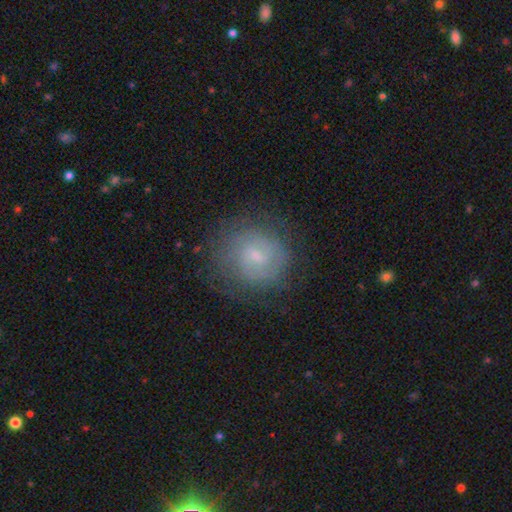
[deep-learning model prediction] Morphology: type=featured or disk (53%); edge-on=no (97%); bar=weak (53%); spiral arms=yes (78%); bulge=small (65%); merging=none (76%).